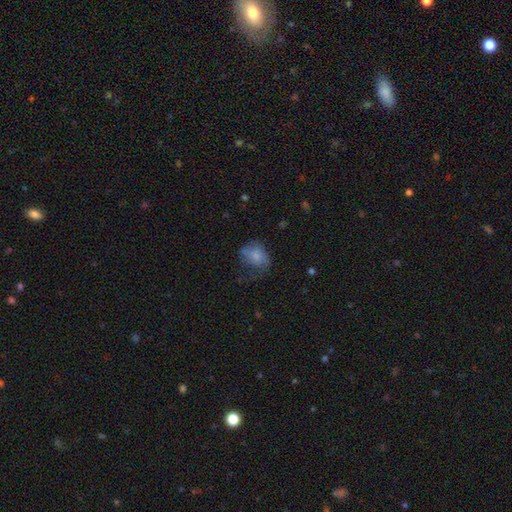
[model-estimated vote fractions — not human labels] smooth 66%, featured or disk 24%, star or artifact 10%. Down the decision tree: how rounded — in between (61%); merging — major disturbance (35%).